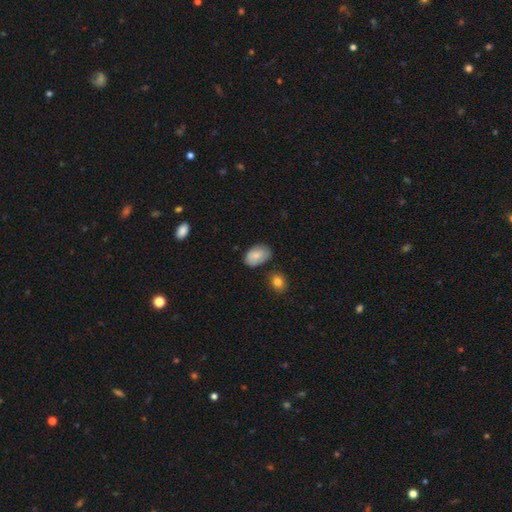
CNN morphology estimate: This appears to be a smooth galaxy with no disk features (80%) that is in between round and cigar-shaped (91%). Merging: none (68%).